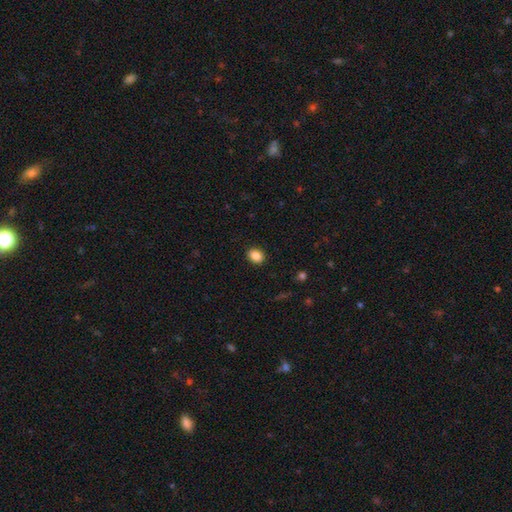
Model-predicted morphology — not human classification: Smooth or featured? Predicted: smooth (p=0.87). How rounded? Predicted: in between (p=0.57). Merging? Predicted: none (p=0.90).